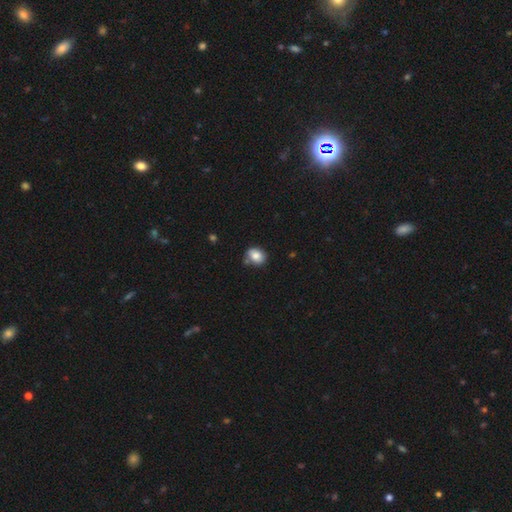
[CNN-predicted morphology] Smooth or featured? smooth (81%)
How rounded? in between (54%)
Merging? none (69%)